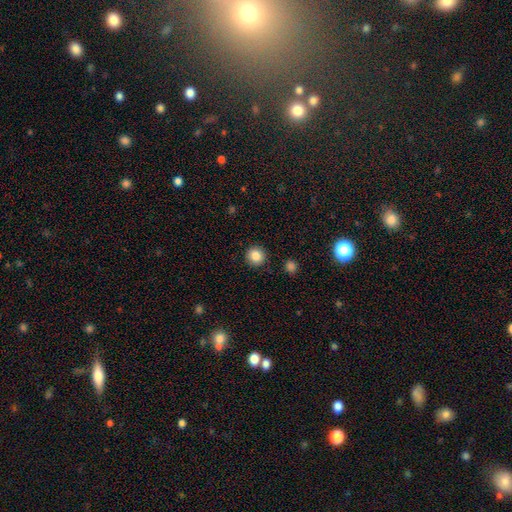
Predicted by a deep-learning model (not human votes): smooth 85%, star or artifact 10%, featured or disk 5%. Down the decision tree: how rounded — round (94%); merging — none (92%).